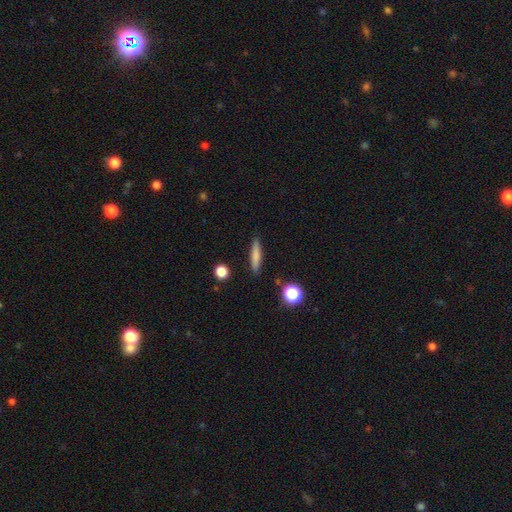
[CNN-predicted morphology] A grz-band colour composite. It shows a smooth galaxy with no disk features (75%) that is cigar-shaped (87%). Merging: none (88%).